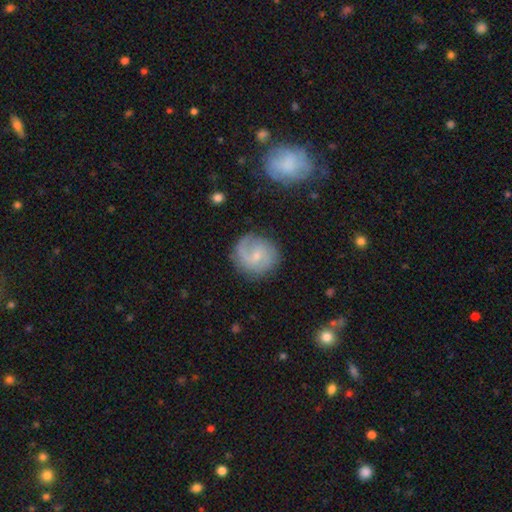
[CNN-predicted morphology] Smooth or featured? Predicted: featured or disk (p=0.69). Edge-on disk? Predicted: no (p=0.98). Bar? Predicted: no (p=0.51). Spiral arms? Predicted: yes (p=0.91). Spiral winding? Predicted: medium (p=0.43). Spiral arm count? Predicted: 2 (p=0.55). Bulge size? Predicted: small (p=0.72). Merging? Predicted: none (p=0.73).